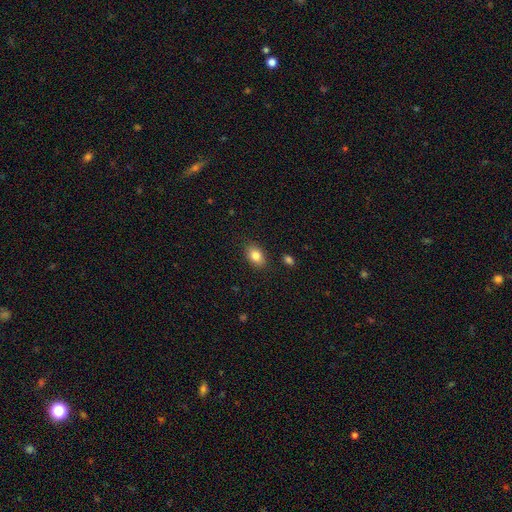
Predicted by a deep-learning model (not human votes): Smooth or featured?
  - smooth: 83% *
  - star or artifact: 8%
  - featured or disk: 8%
How rounded?
  - in between: 81% *
  - round: 18%
  - cigar-shaped: 1%
Merging?
  - none: 87% *
  - minor disturbance: 9%
  - major disturbance: 2%
  - merger: 2%